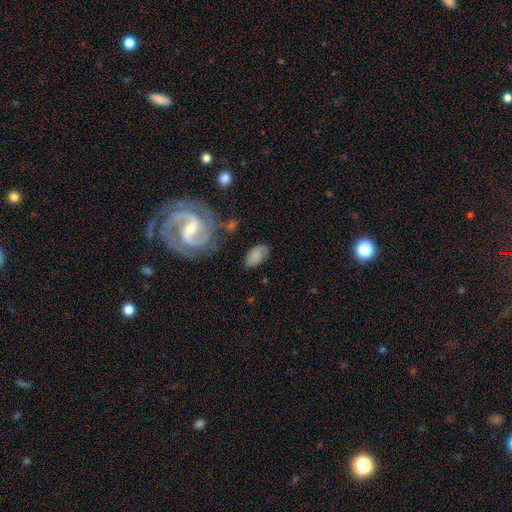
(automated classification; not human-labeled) Smooth or featured?
  - smooth: 59% *
  - featured or disk: 31%
  - star or artifact: 10%
How rounded?
  - in between: 92% *
  - round: 6%
  - cigar-shaped: 2%
Merging?
  - none: 63% *
  - minor disturbance: 22%
  - major disturbance: 9%
  - merger: 5%